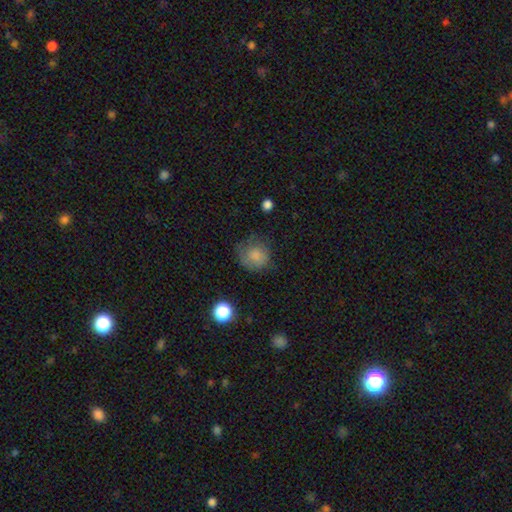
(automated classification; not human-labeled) This appears to be a smooth galaxy with no disk features (76%) that is round (84%). Merging: none (53%).